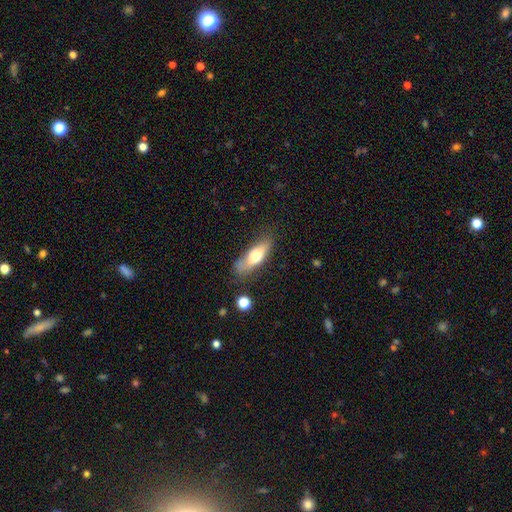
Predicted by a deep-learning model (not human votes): Smooth or featured: smooth — 66% (featured or disk — 28%)
How rounded: in between — 57% (cigar-shaped — 40%)
Merging: none — 63% (minor disturbance — 24%)